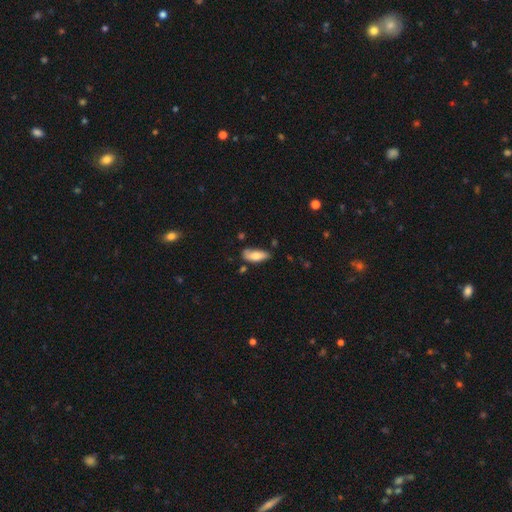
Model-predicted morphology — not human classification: smooth_or_featured: smooth (p=0.75) [alt: featured or disk p=0.19]
how_rounded: in between (p=0.78) [alt: cigar-shaped p=0.20]
merging: none (p=0.58) [alt: minor disturbance p=0.30]